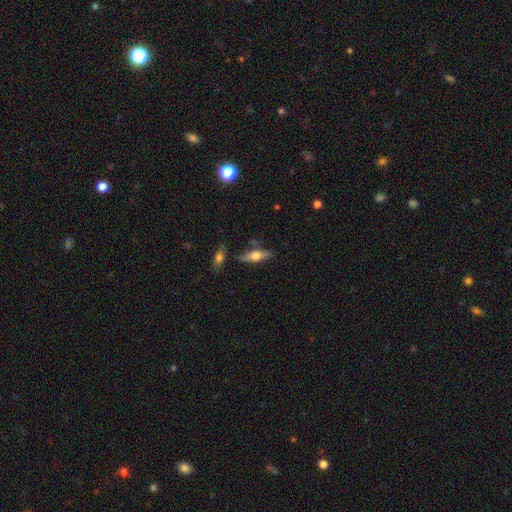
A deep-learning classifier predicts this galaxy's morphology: The model was most divided on "how rounded": cigar-shaped: 51%, in between: 46%, round: 3%. More confident: merging — none (73%); smooth or featured — smooth (51%).